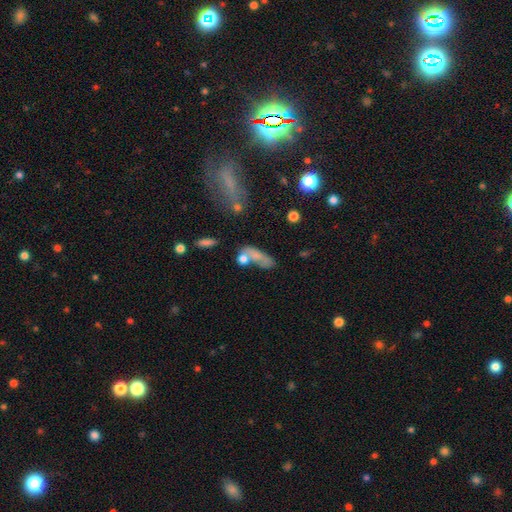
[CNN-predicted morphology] A smooth galaxy with no disk features (65%) that is in between round and cigar-shaped (58%). Merging: none (33%).